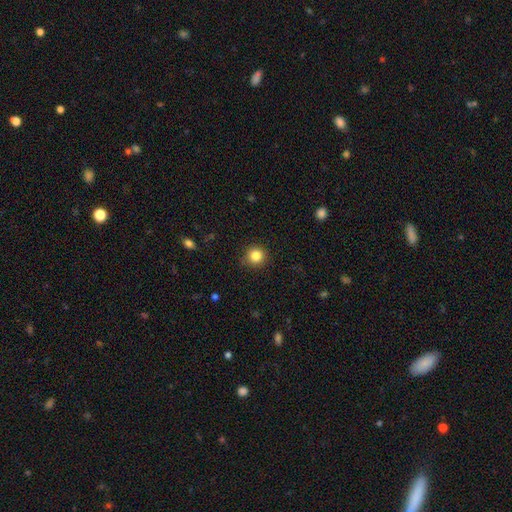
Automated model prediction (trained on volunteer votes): A smooth galaxy with no disk features (84%) that is round (93%). Merging: none (88%).